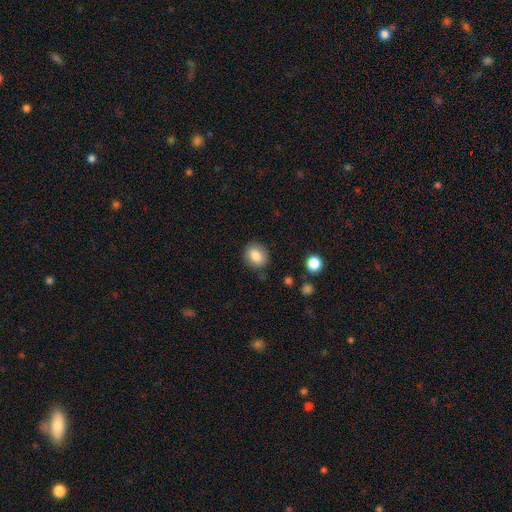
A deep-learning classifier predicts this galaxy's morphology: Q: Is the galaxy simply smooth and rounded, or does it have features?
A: smooth — 83%.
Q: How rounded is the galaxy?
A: round — 63%.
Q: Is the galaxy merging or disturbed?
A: none — 84%.